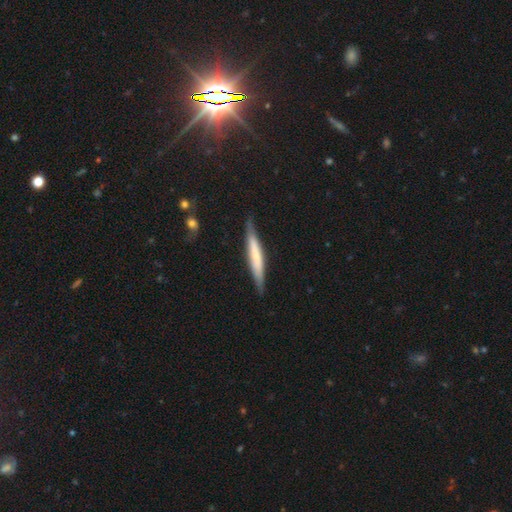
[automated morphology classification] A smooth galaxy with no disk features (52%) that is cigar-shaped (94%).

Vote fractions:
- Smooth or featured? smooth: 52% / featured or disk: 42% / star or artifact: 5%
- How rounded? cigar-shaped: 94% / in between: 5% / round: 1%
- Merging? none: 82% / minor disturbance: 14% / major disturbance: 3% / merger: 2%